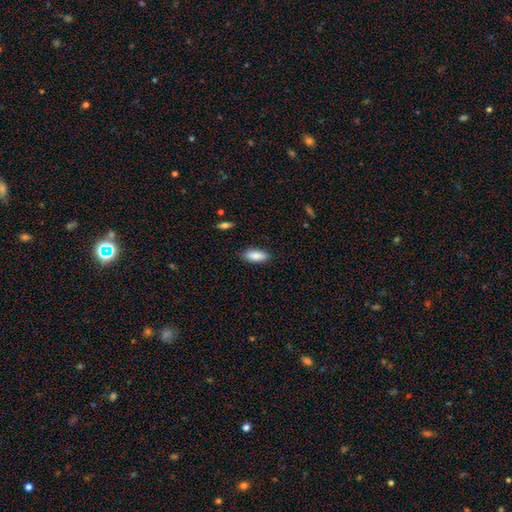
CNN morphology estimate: Smooth or featured? smooth (86%)
How rounded? in between (78%)
Merging? none (86%)